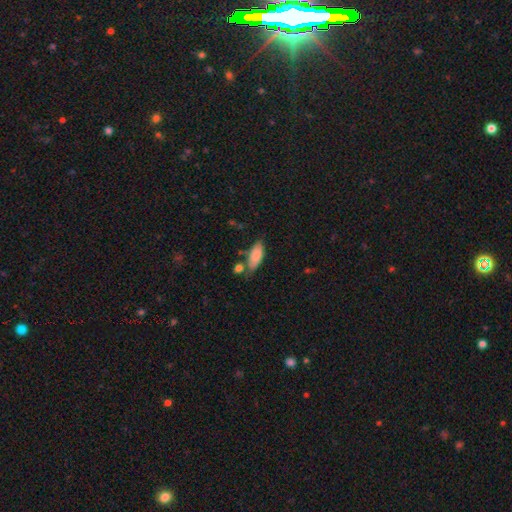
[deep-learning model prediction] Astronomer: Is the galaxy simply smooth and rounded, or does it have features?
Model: smooth — 82%.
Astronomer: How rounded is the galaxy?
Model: in between — 80%.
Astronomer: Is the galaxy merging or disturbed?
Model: none — 56%.